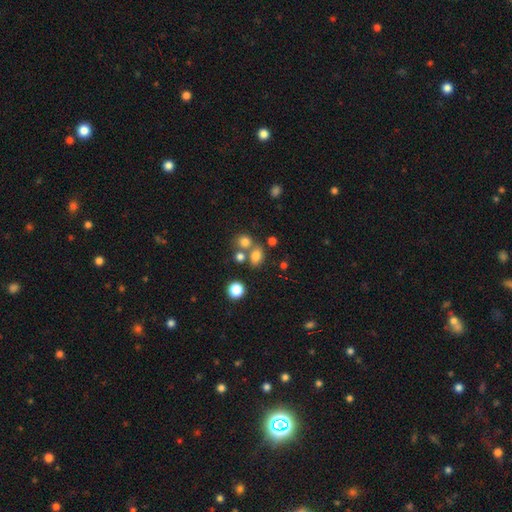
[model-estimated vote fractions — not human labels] Overall: smooth (74%). How rounded: in between (60%; round 39%). Merging: none (58%; merger 27%).